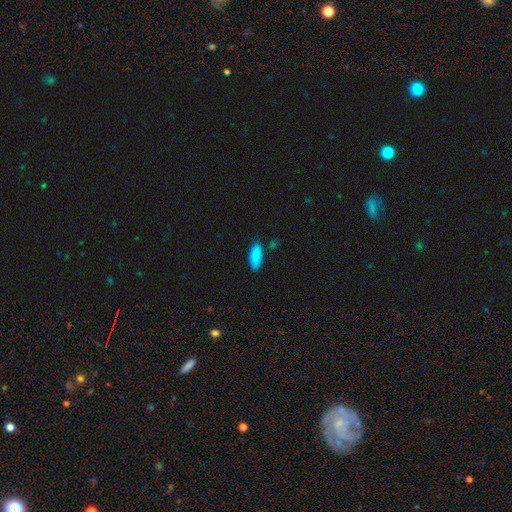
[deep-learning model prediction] A smooth galaxy with no disk features (87%) that is in between round and cigar-shaped (80%). Merging: none (80%).